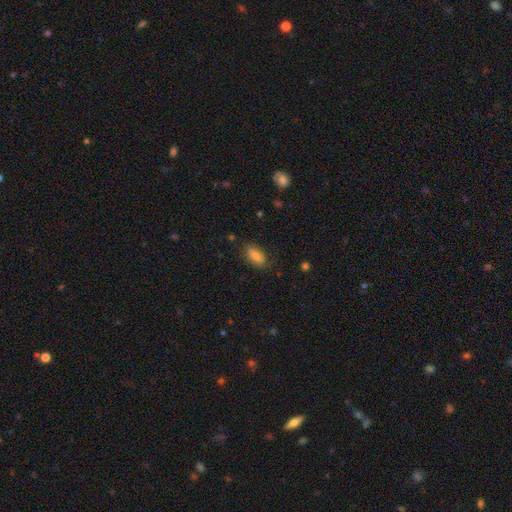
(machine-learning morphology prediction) Smooth or featured? smooth (64%)
How rounded? in between (87%)
Merging? none (66%)